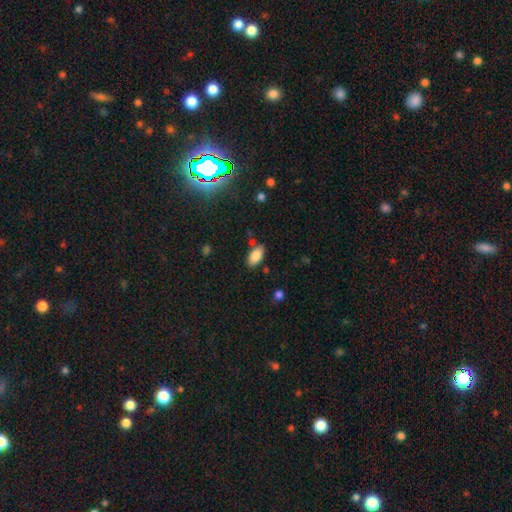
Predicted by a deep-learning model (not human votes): smooth-or-featured: smooth: 84% | featured or disk: 8% | star or artifact: 8%
  how-rounded: in between: 93% | cigar-shaped: 4% | round: 3%
  merging: none: 78% | minor disturbance: 14% | merger: 5% | major disturbance: 3%